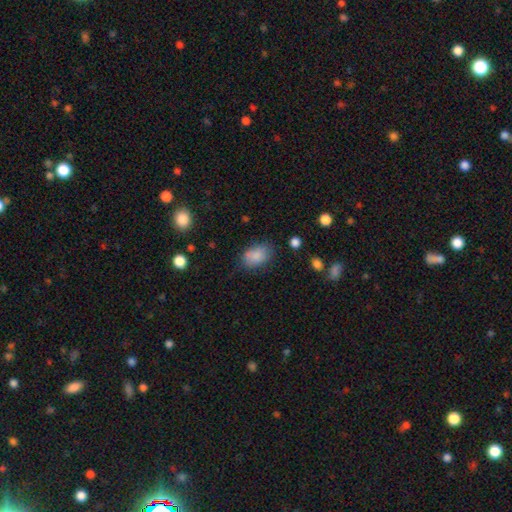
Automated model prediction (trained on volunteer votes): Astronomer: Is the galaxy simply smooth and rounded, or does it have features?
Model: smooth — 85%.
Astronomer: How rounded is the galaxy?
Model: in between — 84%.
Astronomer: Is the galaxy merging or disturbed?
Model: none — 70%.